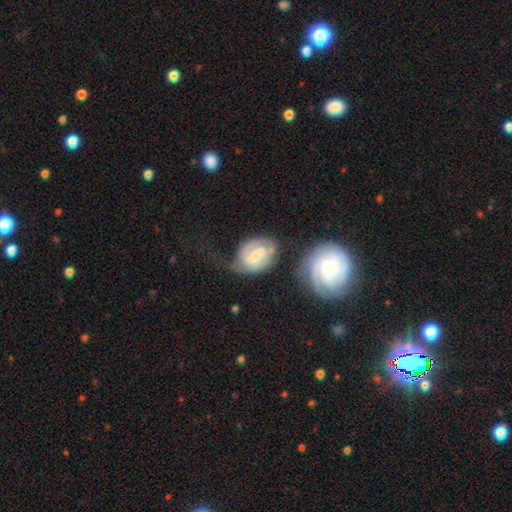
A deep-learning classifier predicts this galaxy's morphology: Overall: featured or disk (74%). Edge-on disk: no (97%). Bar: weak (54%; strong 31%). Spiral arms: yes (91%). Spiral arm count: 2 (73%). Spiral winding: tight (42%; medium 41%). Bulge size: small (40%; moderate 38%). Merging: none (39%; minor disturbance 25%).